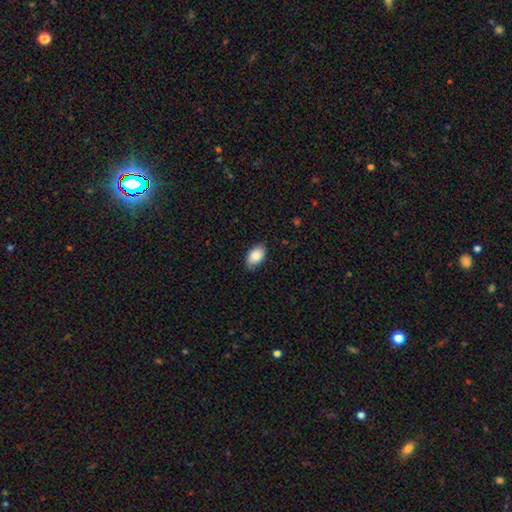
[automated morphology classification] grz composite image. It shows a smooth galaxy with no disk features (86%) that is in between round and cigar-shaped (92%). Merging: none (79%).